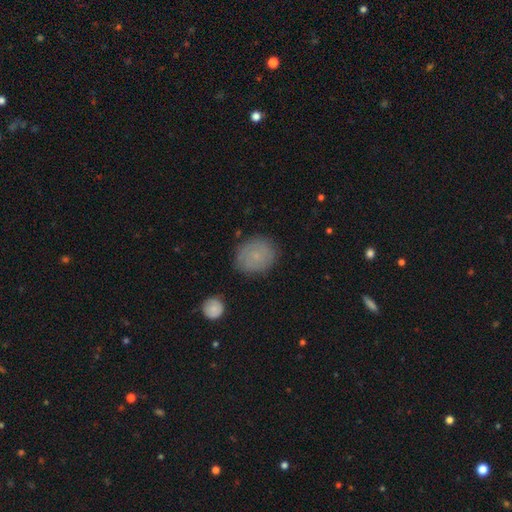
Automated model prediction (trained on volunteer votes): Smooth or featured: smooth — 69% (featured or disk — 21%)
How rounded: round — 70% (in between — 29%)
Merging: none — 80% (minor disturbance — 15%)